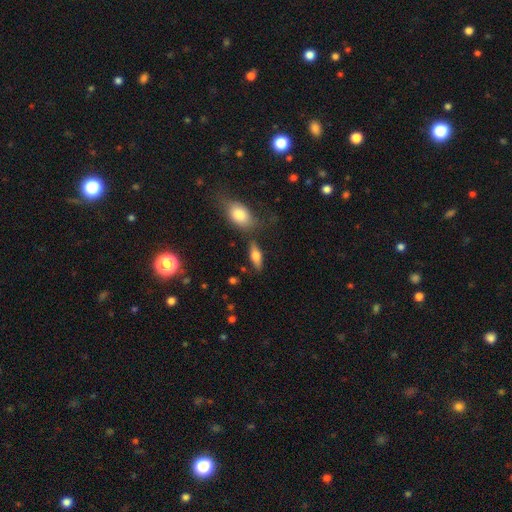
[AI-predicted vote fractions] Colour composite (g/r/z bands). It shows a smooth galaxy with no disk features (59%) that is in between round and cigar-shaped (68%). Merging: none (74%).